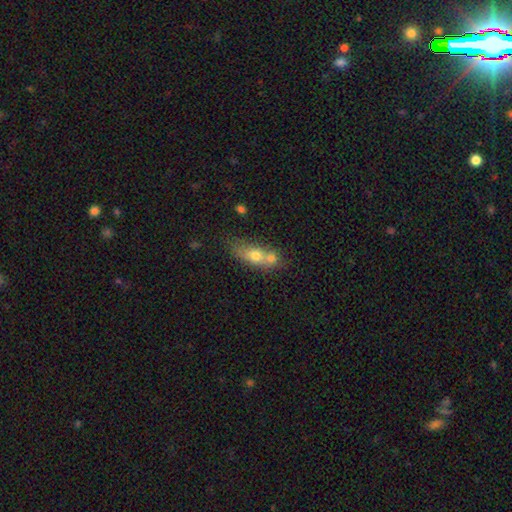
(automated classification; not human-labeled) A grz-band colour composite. It shows a smooth galaxy with no disk features (64%) that is in between round and cigar-shaped (64%). Merging: merger (52%).